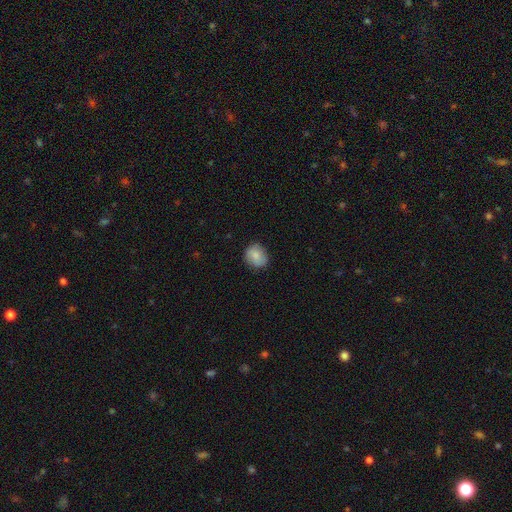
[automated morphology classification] Smooth or featured? smooth (83%)
How rounded? round (67%)
Merging? none (82%)